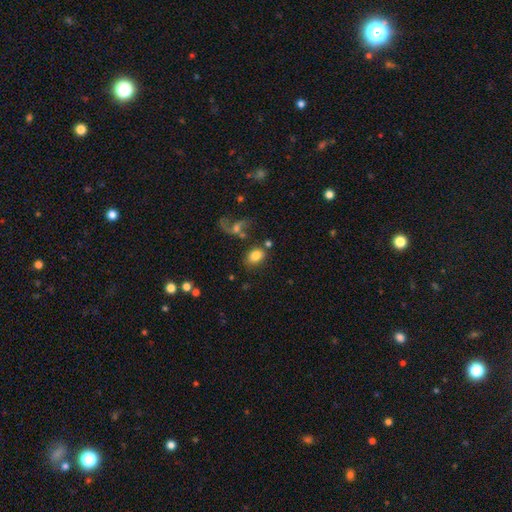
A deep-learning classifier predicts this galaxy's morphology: The model was most divided on "merging": none: 62%, merger: 15%, minor disturbance: 15%, major disturbance: 8%. More confident: smooth or featured — smooth (79%); how rounded — in between (74%).